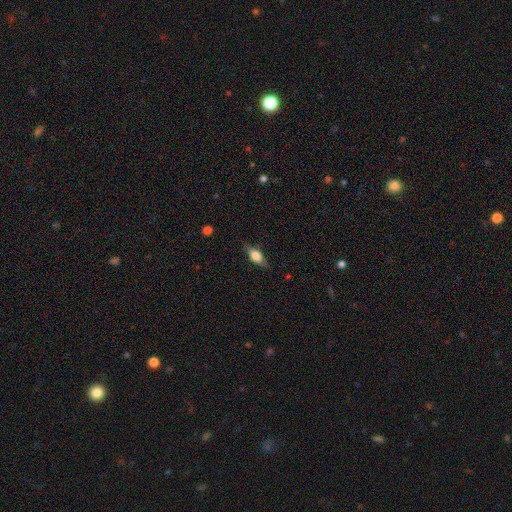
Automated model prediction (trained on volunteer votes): This is likely a smooth galaxy (67%). How rounded: likely in between (77%). Merging: likely none (77%).